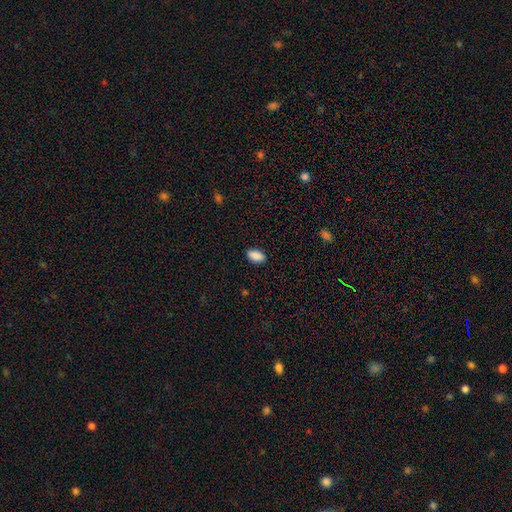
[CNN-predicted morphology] smooth_or_featured: smooth (p=0.89) [alt: star or artifact p=0.07]
how_rounded: in between (p=0.93) [alt: round p=0.04]
merging: none (p=0.88) [alt: minor disturbance p=0.09]